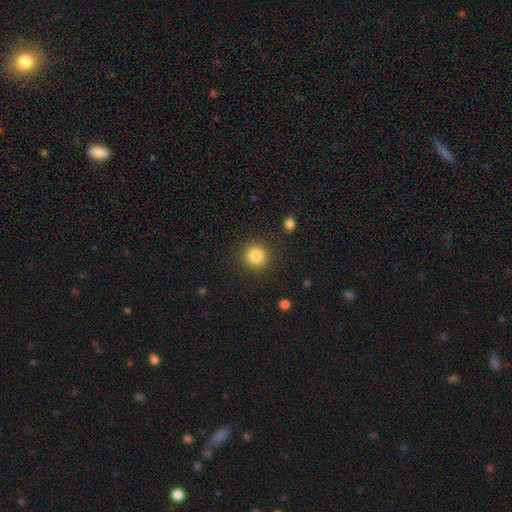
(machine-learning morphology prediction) A smooth galaxy with no disk features (84%) that is round (94%). Merging: none (89%).